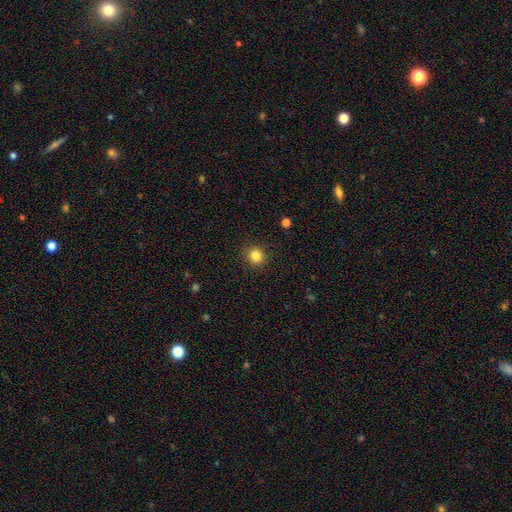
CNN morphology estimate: Overall: smooth (84%). How rounded: round (87%). Merging: none (91%).